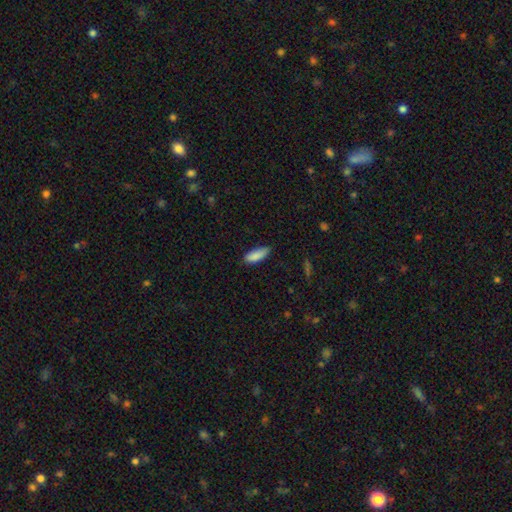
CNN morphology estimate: Overall: smooth (88%). How rounded: in between (67%; cigar-shaped 31%). Merging: none (74%).